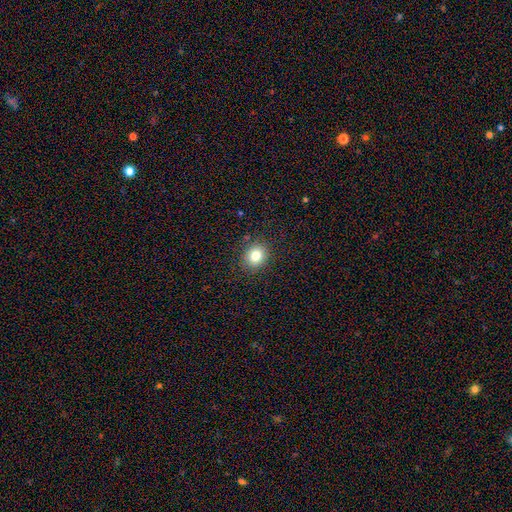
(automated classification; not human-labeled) Q: Smooth or featured?
A: smooth (80%); runner-up: star or artifact (12%)
Q: How rounded?
A: round (74%); runner-up: in between (25%)
Q: Merging?
A: none (88%); runner-up: minor disturbance (8%)